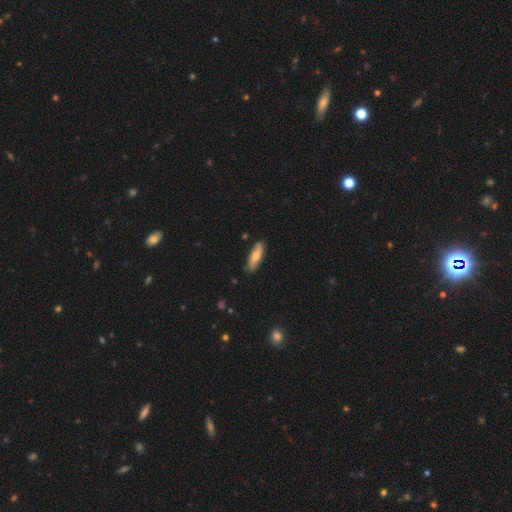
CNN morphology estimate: Smooth or featured?
  - smooth: 65% *
  - featured or disk: 29%
  - star or artifact: 6%
How rounded?
  - cigar-shaped: 52% *
  - in between: 45%
  - round: 2%
Merging?
  - none: 83% *
  - minor disturbance: 14%
  - major disturbance: 2%
  - merger: 1%